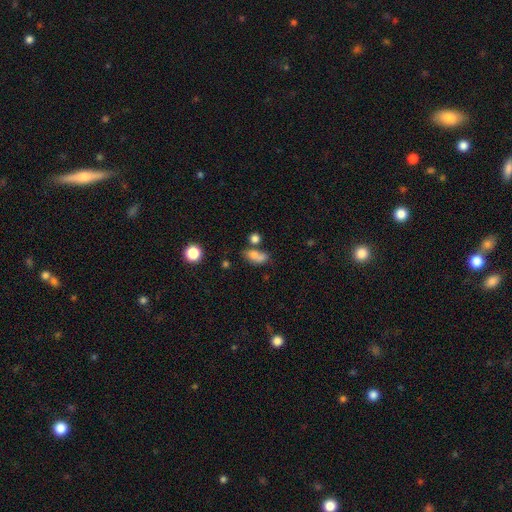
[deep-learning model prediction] Smooth or featured?
  - smooth: 74% *
  - featured or disk: 14%
  - star or artifact: 12%
How rounded?
  - in between: 78% *
  - round: 15%
  - cigar-shaped: 7%
Merging?
  - none: 39% *
  - merger: 34%
  - minor disturbance: 17%
  - major disturbance: 9%